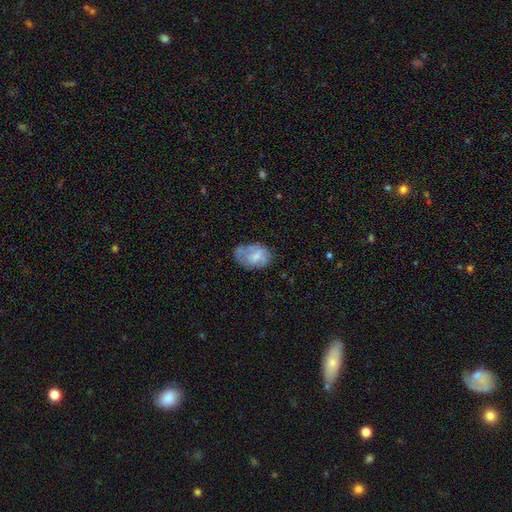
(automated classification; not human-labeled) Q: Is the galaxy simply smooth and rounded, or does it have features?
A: smooth — 54%.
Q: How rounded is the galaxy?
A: in between — 81%.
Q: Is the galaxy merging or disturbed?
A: none — 44%.